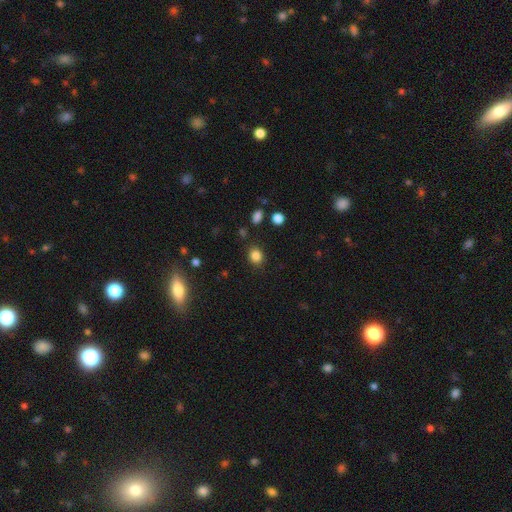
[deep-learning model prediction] The model was most divided on "how rounded": round: 63%, in between: 36%, cigar-shaped: 1%. More confident: merging — none (85%); smooth or featured — smooth (84%).